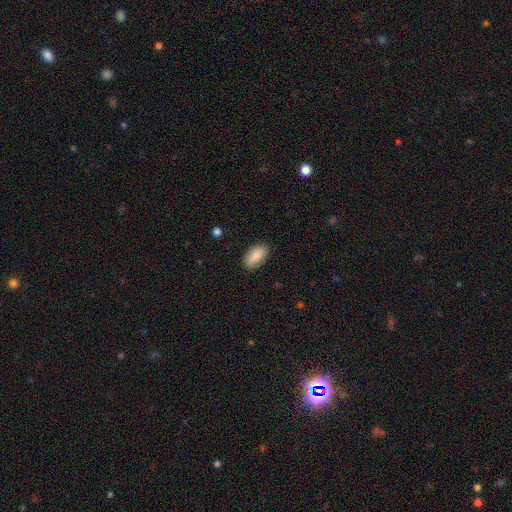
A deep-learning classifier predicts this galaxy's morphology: Overall: smooth (83%). How rounded: in between (92%). Merging: none (85%).